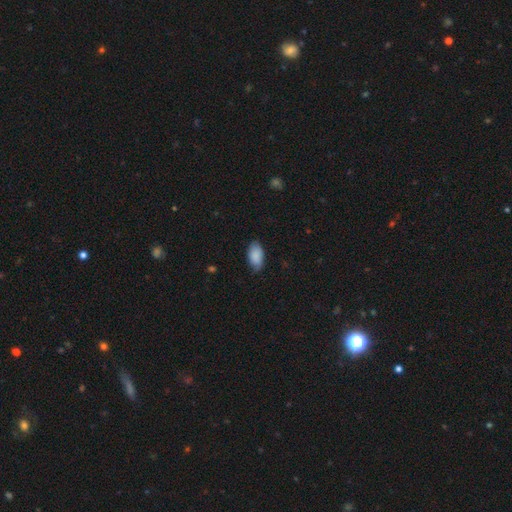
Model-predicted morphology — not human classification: Smooth or featured? Predicted: smooth (p=0.87). How rounded? Predicted: in between (p=0.94). Merging? Predicted: none (p=0.76).